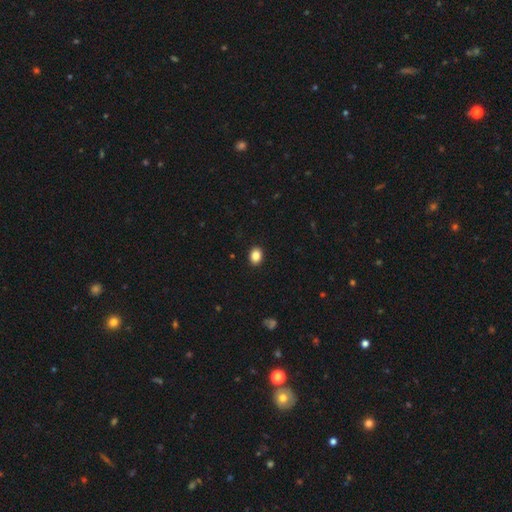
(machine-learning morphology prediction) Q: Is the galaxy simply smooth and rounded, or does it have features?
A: smooth — 87%.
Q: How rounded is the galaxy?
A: in between — 60%.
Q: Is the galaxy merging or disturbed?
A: none — 91%.